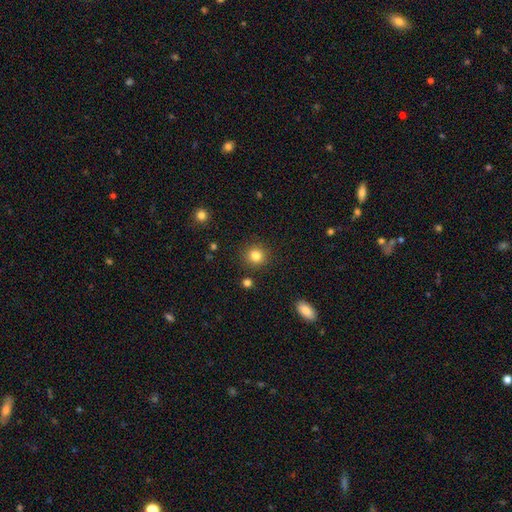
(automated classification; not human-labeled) Smooth or featured? Predicted: smooth (p=0.84). How rounded? Predicted: round (p=0.90). Merging? Predicted: none (p=0.89).